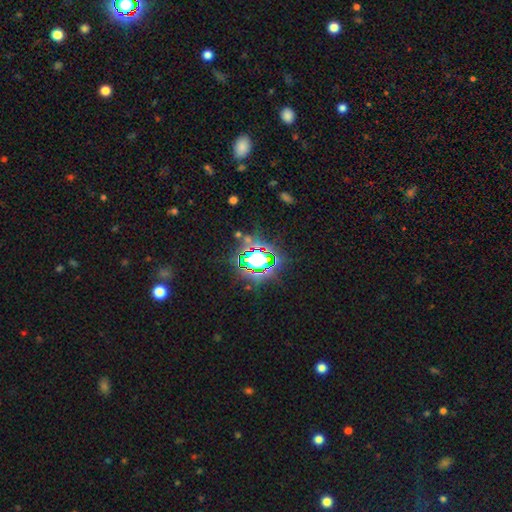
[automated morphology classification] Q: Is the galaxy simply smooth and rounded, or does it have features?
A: star or artifact — 78%.